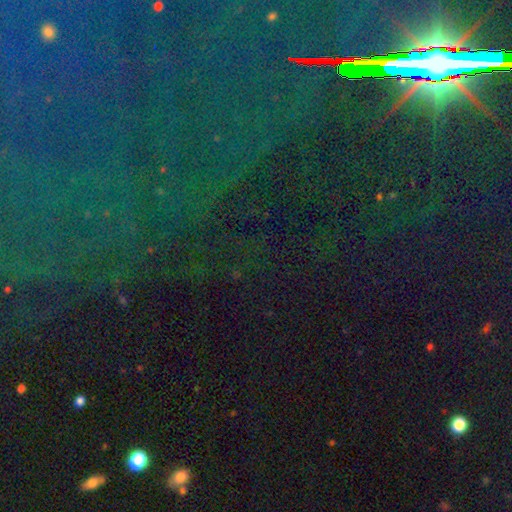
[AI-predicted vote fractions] Smooth or featured: star or artifact — 82% (smooth — 9%)